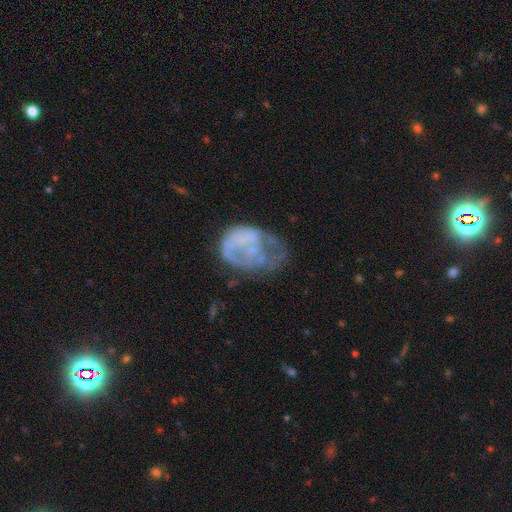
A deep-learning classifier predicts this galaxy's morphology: smooth-or-featured: featured or disk: 58% | smooth: 31% | star or artifact: 11%
  disk-edge-on: no: 98% | yes: 2%
    bar: no: 86% | weak: 10% | strong: 3%
    has-spiral-arms: no: 80% | yes: 20%
    bulge-size: none: 72% | small: 15% | moderate: 9% | large: 3% | dominant: 1%
  merging: major disturbance: 42% | none: 27% | minor disturbance: 24% | merger: 6%